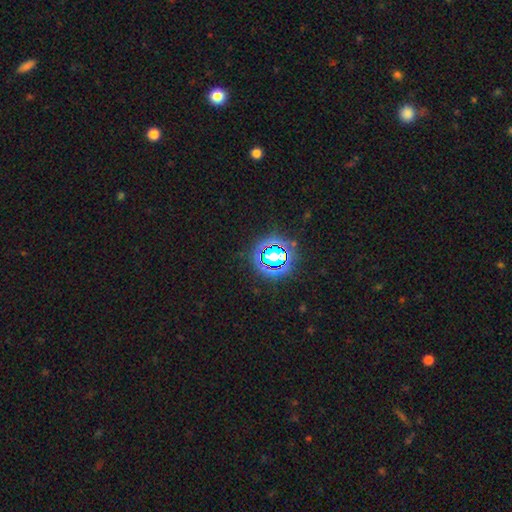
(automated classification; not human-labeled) Smooth or featured: star or artifact — 81% (smooth — 13%)